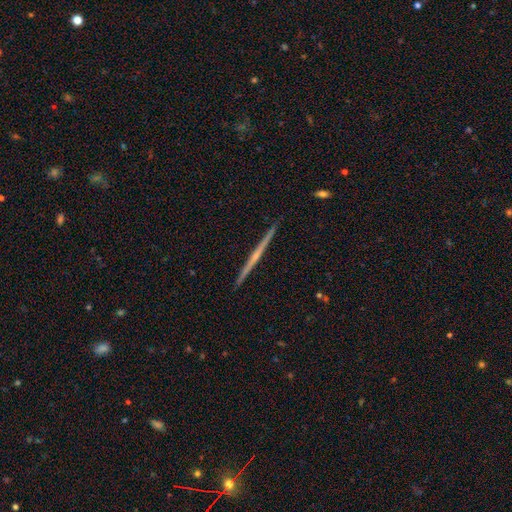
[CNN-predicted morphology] featured or disk 77%, smooth 18%, star or artifact 6%. Down the decision tree: edge-on disk — yes (99%); edge-on bulge — none (48%); merging — none (93%).